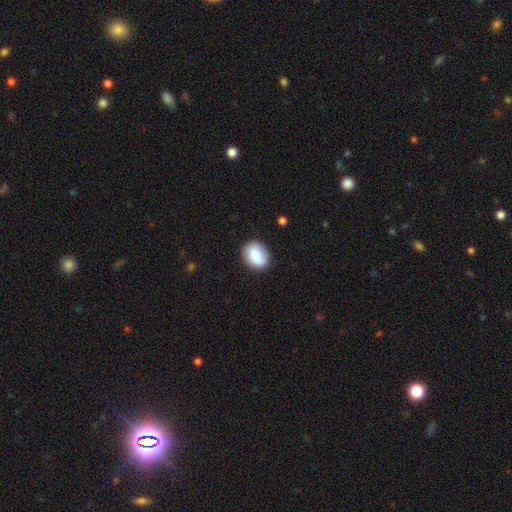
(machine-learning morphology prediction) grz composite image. It shows a smooth galaxy with no disk features (83%) that is in between round and cigar-shaped (59%). Merging: none (82%).